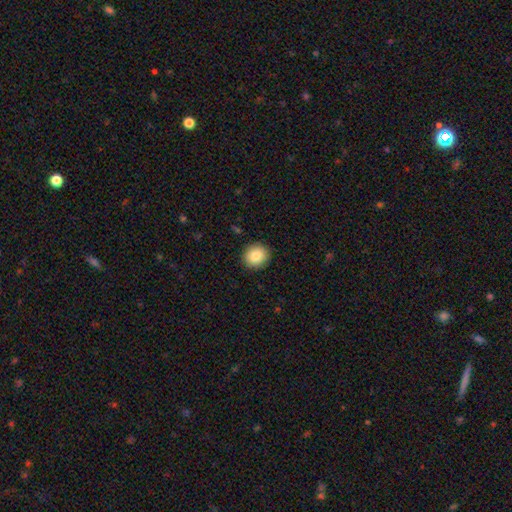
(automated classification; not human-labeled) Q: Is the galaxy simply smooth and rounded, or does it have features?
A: smooth — 86%.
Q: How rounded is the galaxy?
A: round — 76%.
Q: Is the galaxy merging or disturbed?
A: none — 91%.